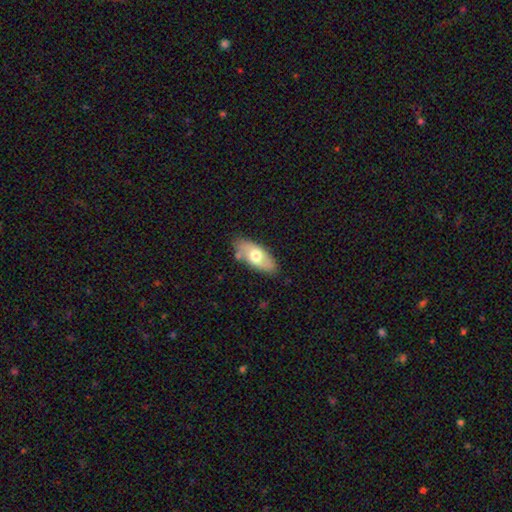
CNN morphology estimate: This appears to be a smooth galaxy with no disk features (62%) that is in between round and cigar-shaped (88%). Merging: none (77%).